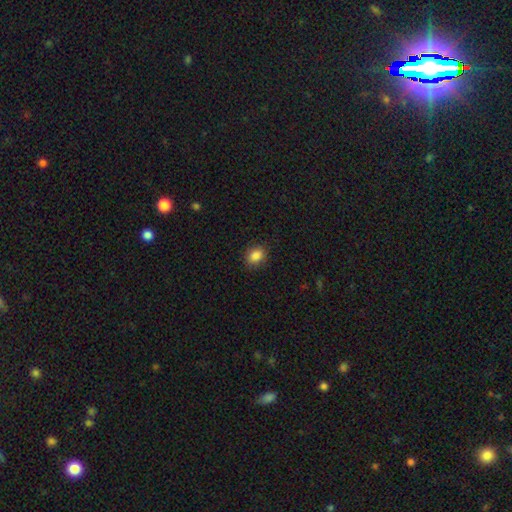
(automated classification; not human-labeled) Smooth or featured?
  - smooth: 86% *
  - star or artifact: 10%
  - featured or disk: 4%
How rounded?
  - in between: 57% *
  - round: 42%
  - cigar-shaped: 1%
Merging?
  - none: 87% *
  - minor disturbance: 9%
  - major disturbance: 2%
  - merger: 1%